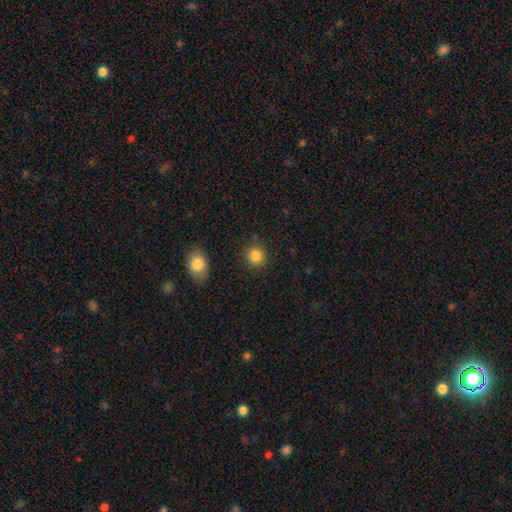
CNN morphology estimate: The model was most divided on "how rounded": round: 87%, in between: 12%, cigar-shaped: 1%. More confident: smooth or featured — smooth (86%); merging — none (86%).